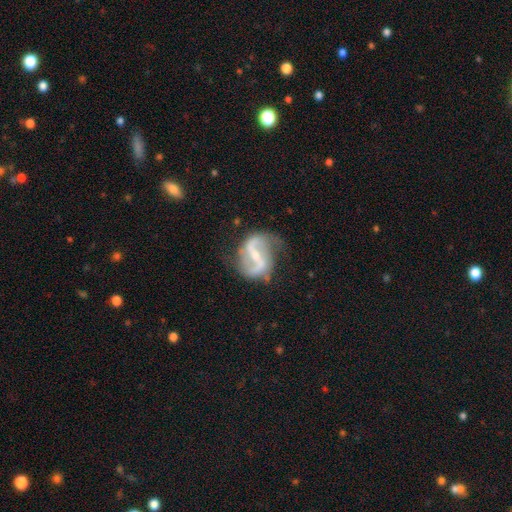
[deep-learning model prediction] A featured or disk galaxy (88%) with a strong bar (55%), 2 (91%) loose (56%) spiral arms (94%) and a small central bulge (59%). Merging: none (67%).